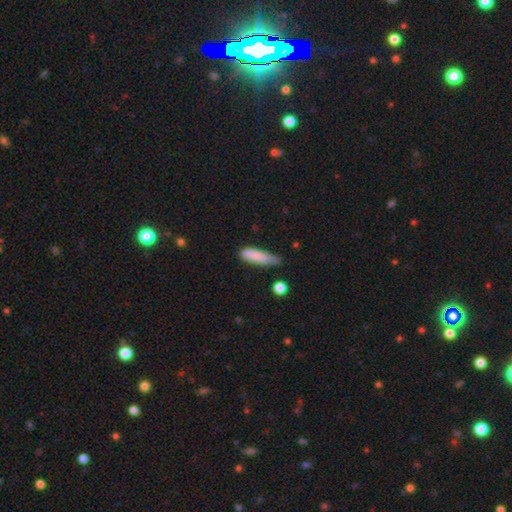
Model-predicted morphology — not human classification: A smooth galaxy with no disk features (82%) that is cigar-shaped (62%). Merging: none (52%).